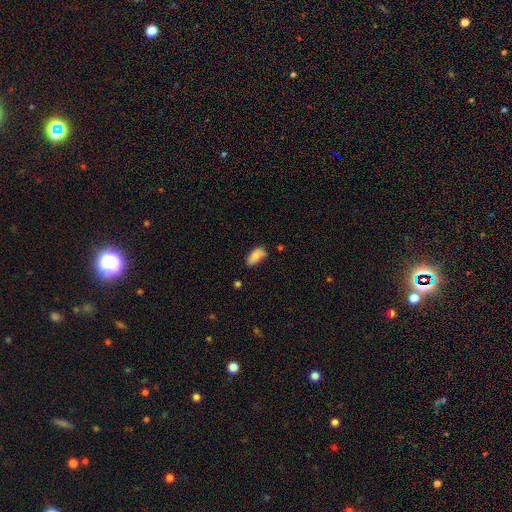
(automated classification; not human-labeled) Q: Smooth or featured?
A: smooth (86%); runner-up: star or artifact (7%)
Q: How rounded?
A: in between (91%); runner-up: cigar-shaped (7%)
Q: Merging?
A: none (65%); runner-up: minor disturbance (27%)